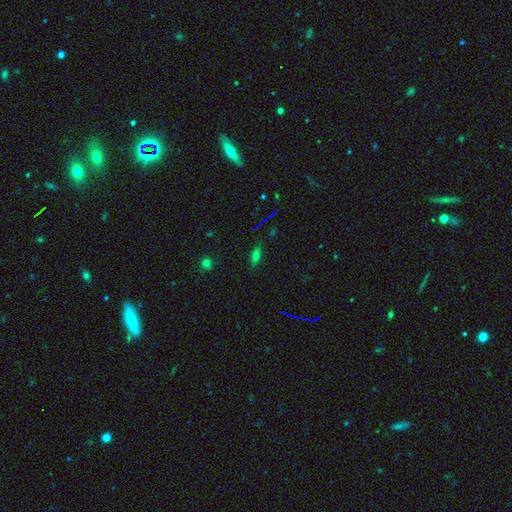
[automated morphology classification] This appears to be a smooth galaxy with no disk features (57%) that is in between round and cigar-shaped (63%). Merging: none (81%).